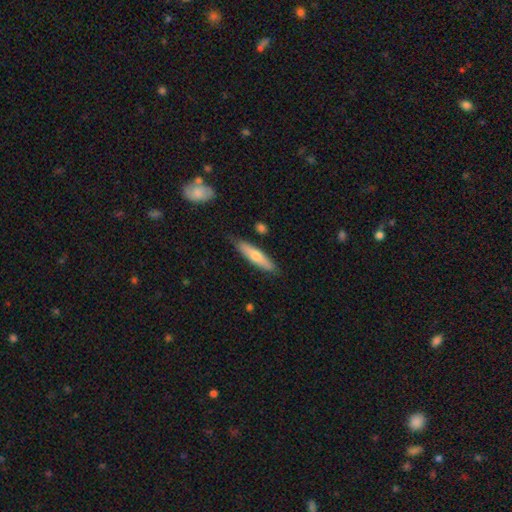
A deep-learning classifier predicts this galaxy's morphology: Overall: smooth (59%; featured or disk 35%). How rounded: cigar-shaped (77%). Merging: none (81%).